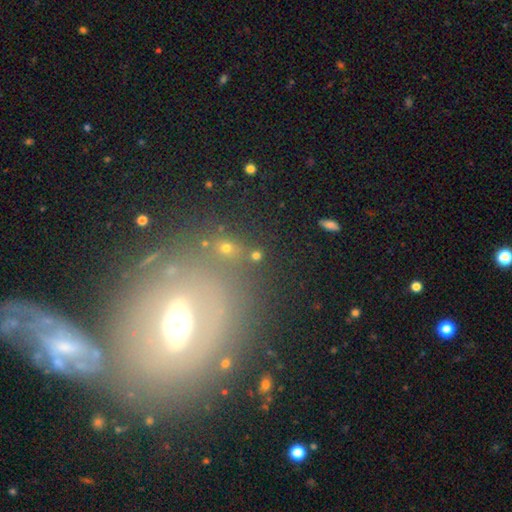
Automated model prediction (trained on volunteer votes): Smooth or featured: smooth — 49% (star or artifact — 34%)
Merging: none — 72% (minor disturbance — 11%)